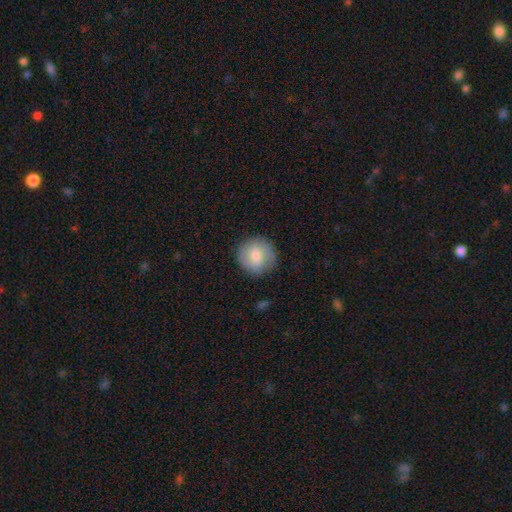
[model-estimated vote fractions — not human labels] Overall: smooth (63%; featured or disk 30%). How rounded: round (92%). Merging: none (83%).